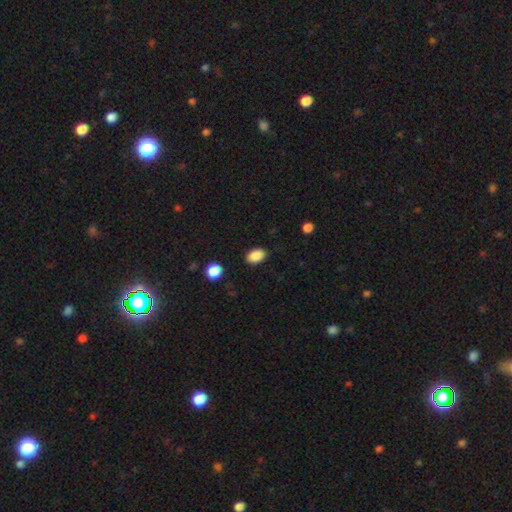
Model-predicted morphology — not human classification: Smooth or featured?
  - smooth: 88% *
  - star or artifact: 8%
  - featured or disk: 3%
How rounded?
  - in between: 82% *
  - round: 17%
  - cigar-shaped: 1%
Merging?
  - none: 87% *
  - minor disturbance: 9%
  - major disturbance: 2%
  - merger: 1%